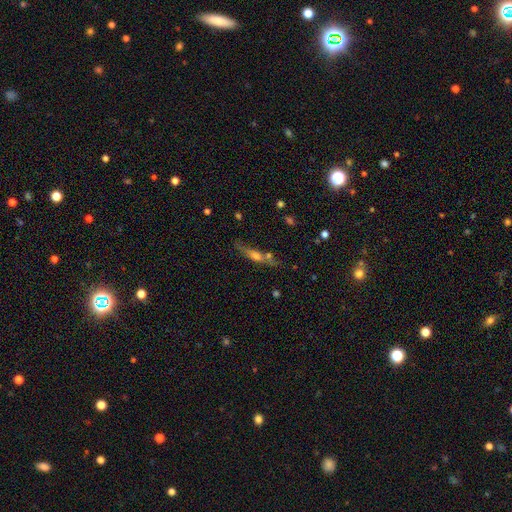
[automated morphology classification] This appears to be a featured or disk galaxy (57%) viewed edge-on (88%) with a rounded central bulge (78%). Merging: none (66%).